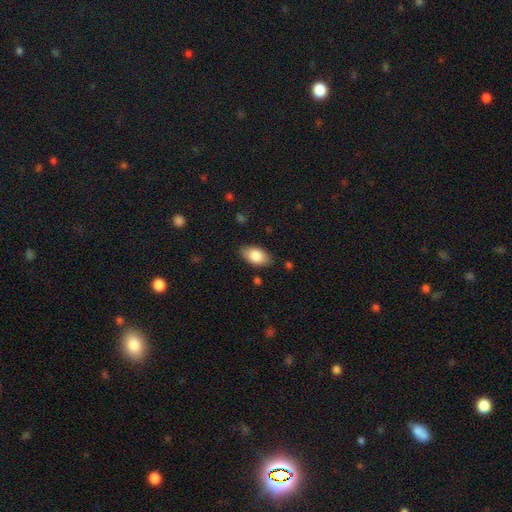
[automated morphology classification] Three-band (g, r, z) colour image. It shows a smooth galaxy with no disk features (84%) that is in between round and cigar-shaped (93%). Merging: none (84%).